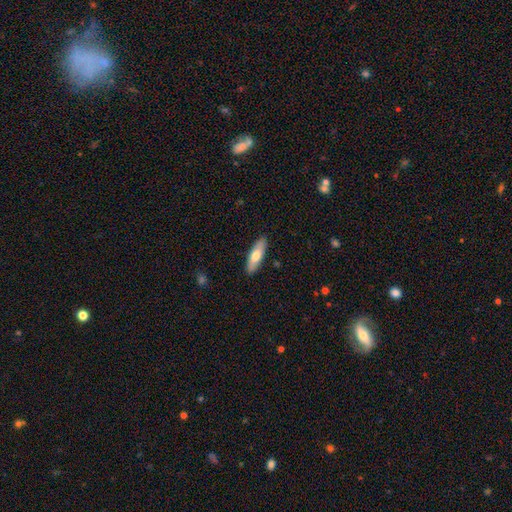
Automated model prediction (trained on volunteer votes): Morphology: type=smooth (70%); roundness=in between (52%); merging=none (88%).